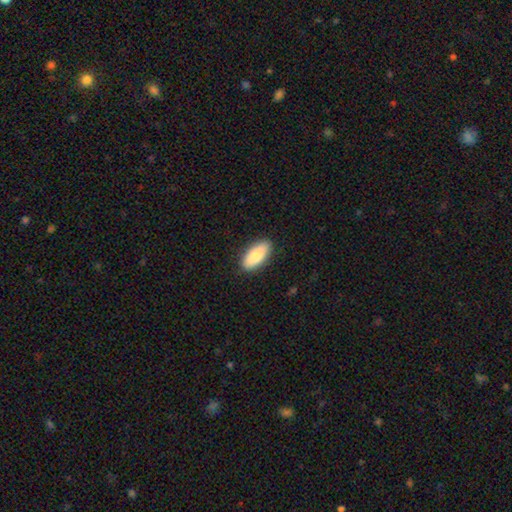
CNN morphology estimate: Smooth or featured: smooth — 82% (featured or disk — 12%)
How rounded: in between — 84% (cigar-shaped — 14%)
Merging: none — 88% (minor disturbance — 9%)